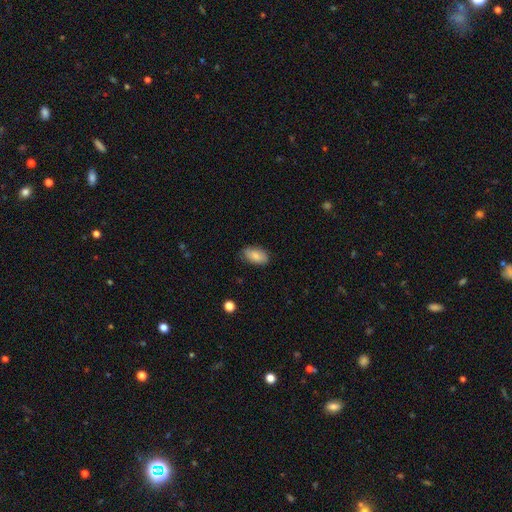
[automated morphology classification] This is clearly a smooth galaxy (82%). How rounded: clearly in between (93%). Merging: likely none (79%).